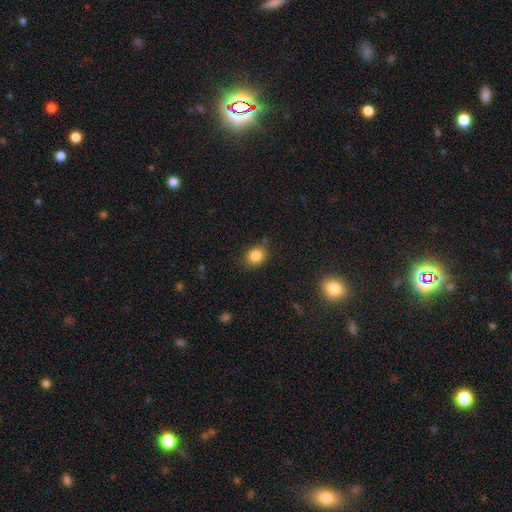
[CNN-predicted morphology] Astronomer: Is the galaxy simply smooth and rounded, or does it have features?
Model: smooth — 84%.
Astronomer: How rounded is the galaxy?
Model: round — 61% (runner-up: in between, 38%).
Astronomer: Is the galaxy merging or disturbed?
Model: none — 81%.